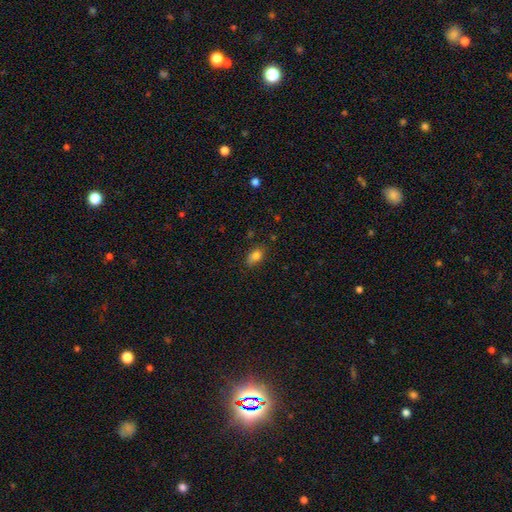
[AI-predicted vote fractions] The model was most divided on "merging": none: 71%, minor disturbance: 23%, major disturbance: 4%, merger: 2%. More confident: how rounded — in between (84%); smooth or featured — smooth (81%).